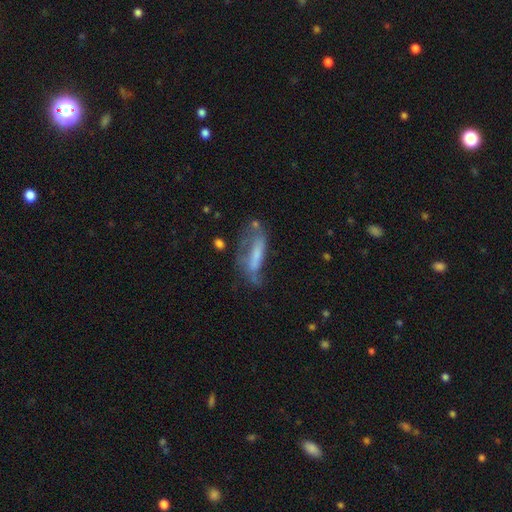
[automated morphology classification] A smooth galaxy with no disk features (45%). Merging: major disturbance (33%).